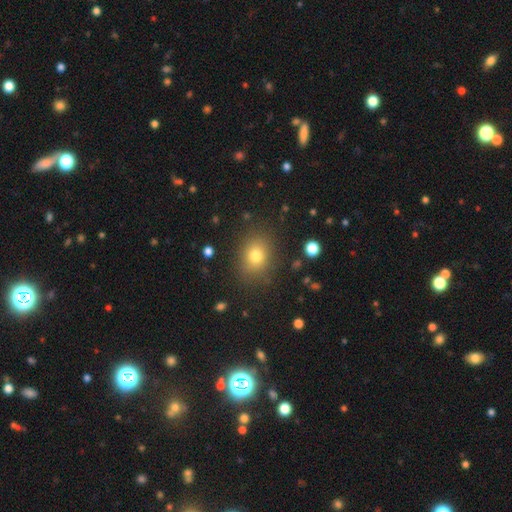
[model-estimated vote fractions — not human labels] Smooth or featured? smooth (76%)
How rounded? round (53%)
Merging? none (85%)